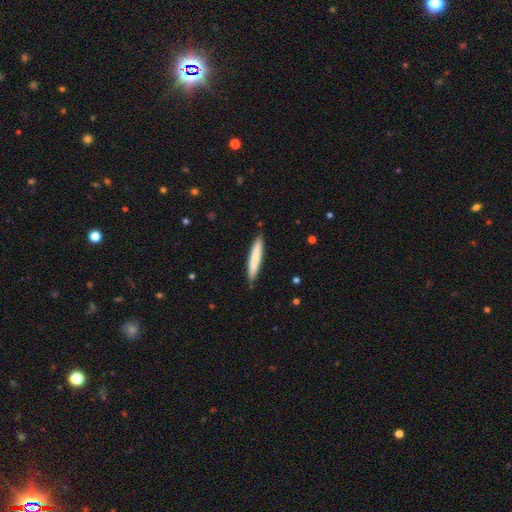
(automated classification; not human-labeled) smooth 75%, featured or disk 19%, star or artifact 5%. Down the decision tree: how rounded — cigar-shaped (93%); merging — none (87%).